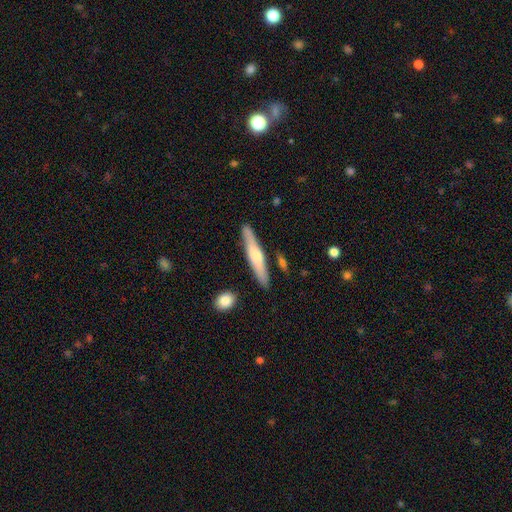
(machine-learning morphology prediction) smooth_or_featured: featured or disk (p=0.50) [alt: smooth p=0.45]
merging: none (p=0.86) [alt: minor disturbance p=0.10]